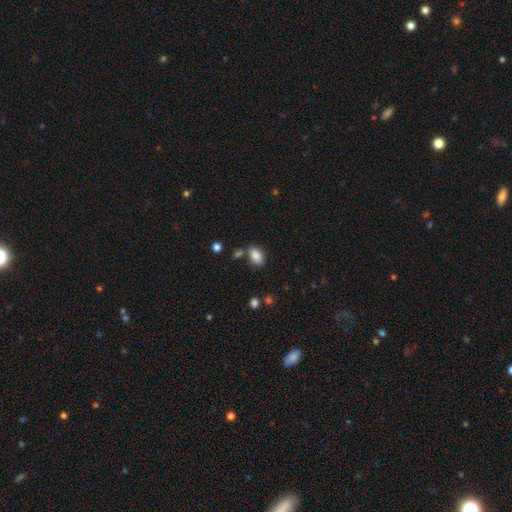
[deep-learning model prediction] smooth-or-featured: smooth: 86% | star or artifact: 9% | featured or disk: 5%
  how-rounded: in between: 89% | round: 9% | cigar-shaped: 2%
  merging: none: 69% | minor disturbance: 15% | merger: 12% | major disturbance: 4%